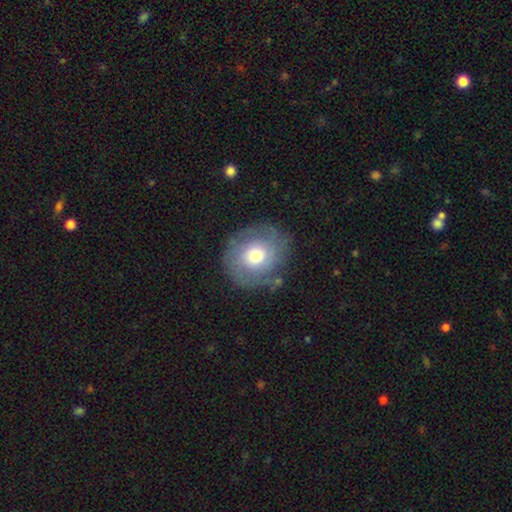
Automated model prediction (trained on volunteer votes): smooth-or-featured: featured or disk: 47% | smooth: 45% | star or artifact: 8%
  merging: none: 77% | minor disturbance: 15% | major disturbance: 6% | merger: 2%